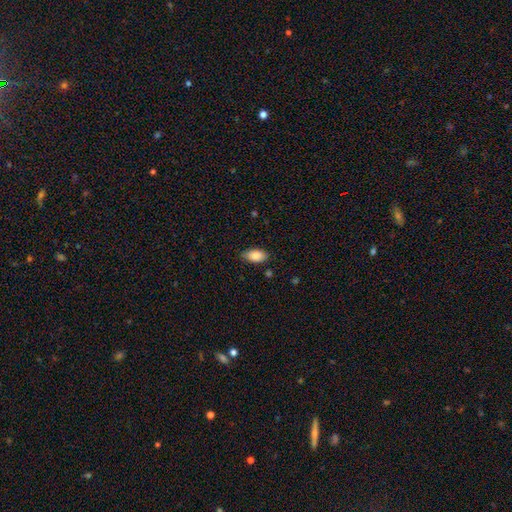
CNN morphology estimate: Q: Smooth or featured?
A: smooth (87%); runner-up: star or artifact (7%)
Q: How rounded?
A: in between (93%); runner-up: round (4%)
Q: Merging?
A: none (80%); runner-up: minor disturbance (16%)